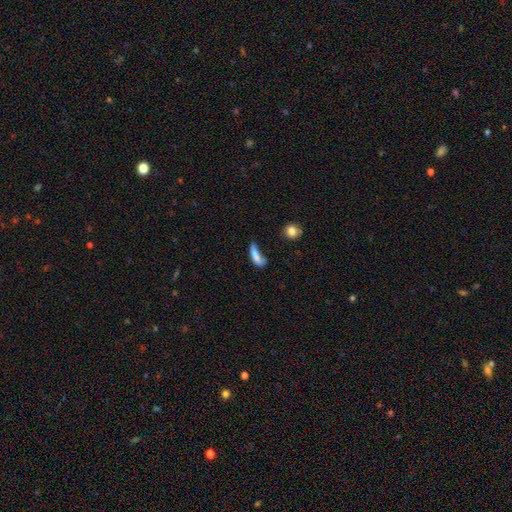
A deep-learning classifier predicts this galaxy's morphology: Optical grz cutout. It shows a smooth galaxy with no disk features (73%) that is cigar-shaped (51%). Merging: none (33%).